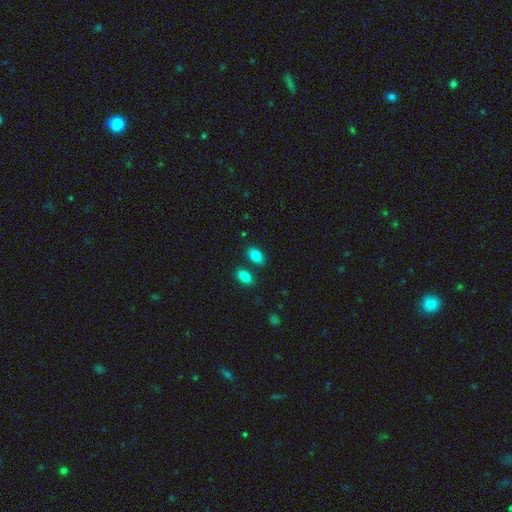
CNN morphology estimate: This appears to be a smooth galaxy with no disk features (86%) that is in between round and cigar-shaped (89%). Merging: none (75%).